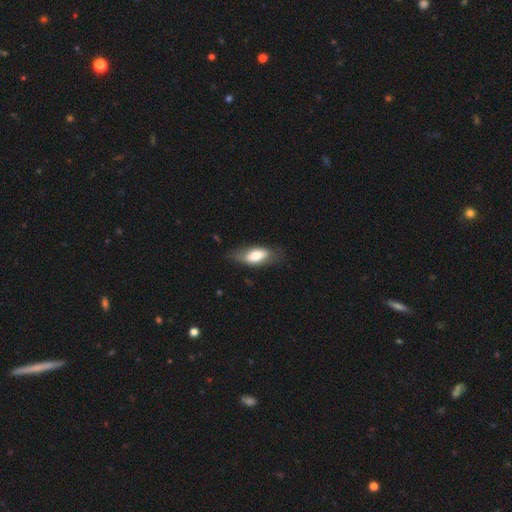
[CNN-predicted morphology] smooth_or_featured: smooth (p=0.66) [alt: featured or disk p=0.27]
how_rounded: in between (p=0.83) [alt: cigar-shaped p=0.14]
merging: none (p=0.66) [alt: minor disturbance p=0.24]